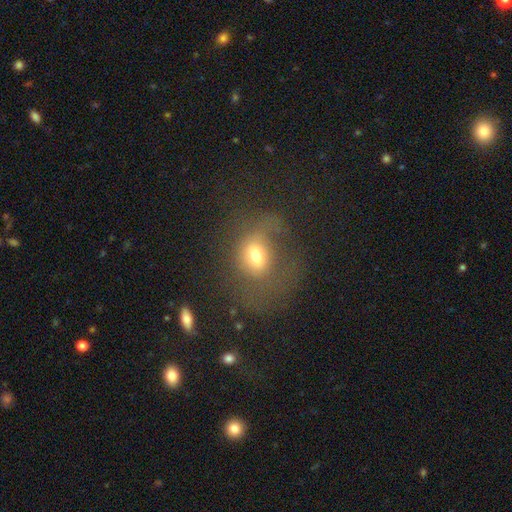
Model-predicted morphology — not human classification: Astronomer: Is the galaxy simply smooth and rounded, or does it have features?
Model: smooth — 59%.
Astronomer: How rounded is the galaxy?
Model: round — 53% (runner-up: in between, 45%).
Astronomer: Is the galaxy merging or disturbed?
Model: major disturbance — 42% (runner-up: none, 35%).